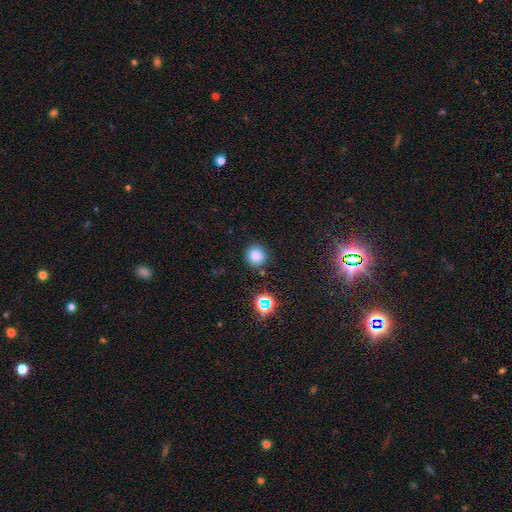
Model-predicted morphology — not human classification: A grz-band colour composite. It shows a smooth galaxy with no disk features (78%) that is round (89%). Merging: none (85%).